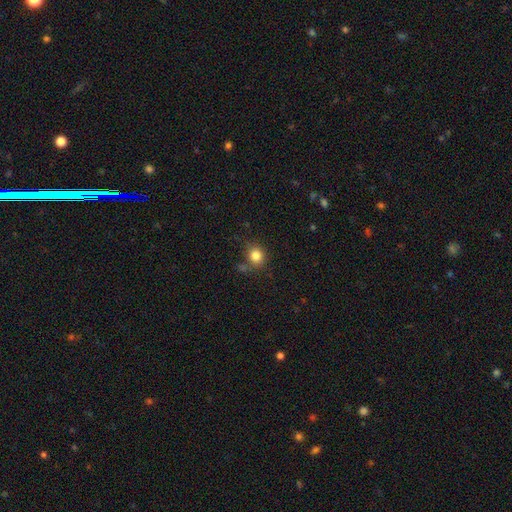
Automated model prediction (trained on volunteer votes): The model was most divided on "merging": none: 72%, minor disturbance: 15%, merger: 8%, major disturbance: 5%. More confident: how rounded — round (83%); smooth or featured — smooth (82%).